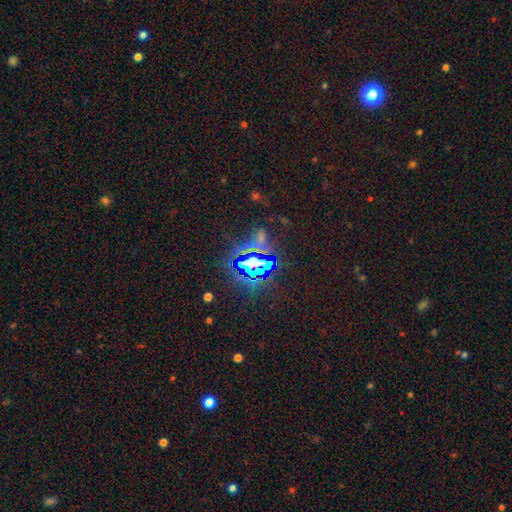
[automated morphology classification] This is clearly a star or artifact rather than a galaxy (83%).